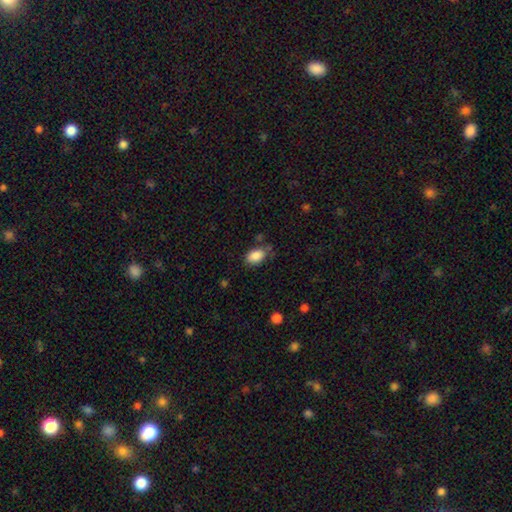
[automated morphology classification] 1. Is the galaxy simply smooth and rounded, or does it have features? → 87% smooth, 8% star or artifact, 5% featured or disk.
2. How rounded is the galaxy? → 89% in between, 10% round, 1% cigar-shaped.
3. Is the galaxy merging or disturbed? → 67% none, 22% minor disturbance, 6% major disturbance, 5% merger.